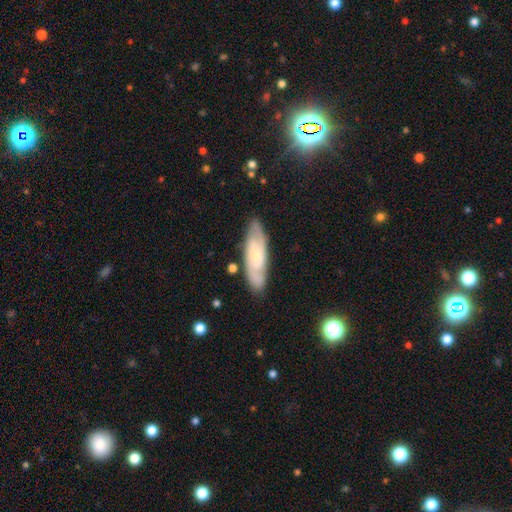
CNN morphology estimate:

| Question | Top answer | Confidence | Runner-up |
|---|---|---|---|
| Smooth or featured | featured or disk | 61% | smooth (32%) |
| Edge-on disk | no | 78% | yes (22%) |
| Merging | none | 82% | minor disturbance (13%) |